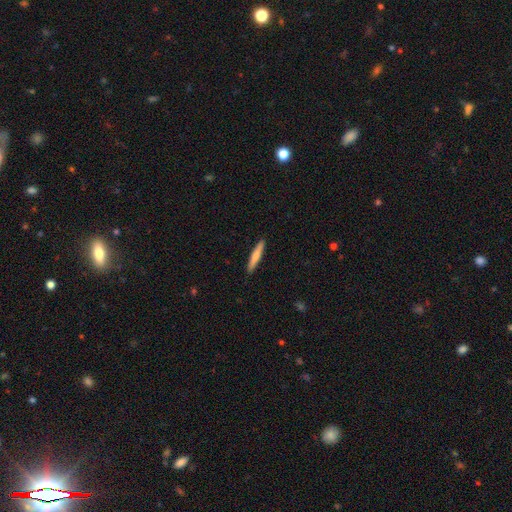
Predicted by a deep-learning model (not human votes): Smooth or featured? smooth (71%)
How rounded? cigar-shaped (94%)
Merging? none (91%)